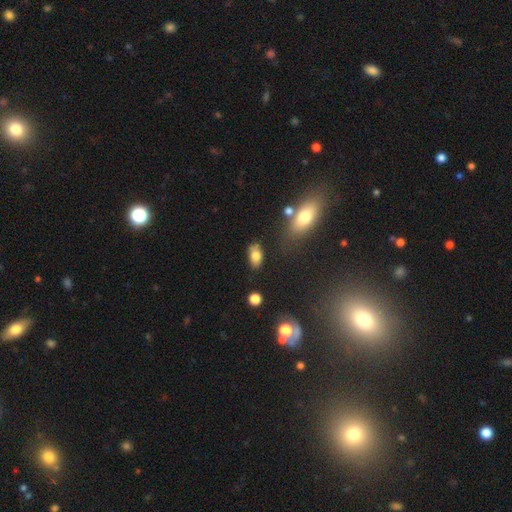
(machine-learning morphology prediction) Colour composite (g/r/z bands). It shows a smooth galaxy with no disk features (79%) that is in between round and cigar-shaped (91%). Merging: none (77%).